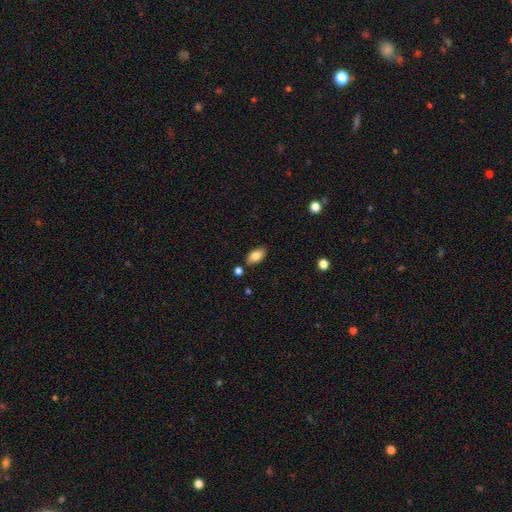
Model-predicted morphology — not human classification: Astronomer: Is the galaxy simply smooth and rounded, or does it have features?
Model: smooth — 82%.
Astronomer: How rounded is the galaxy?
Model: in between — 92%.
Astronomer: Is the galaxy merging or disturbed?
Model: none — 83%.